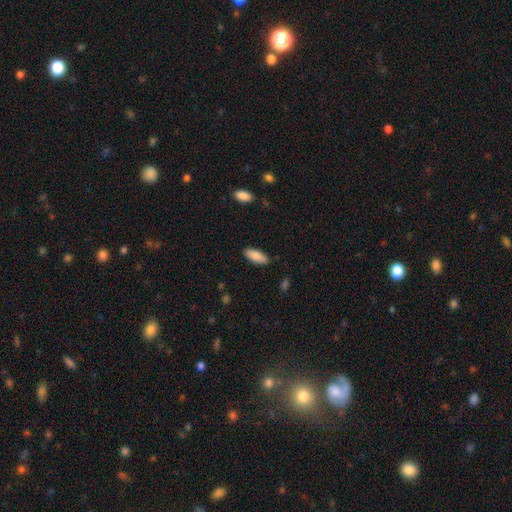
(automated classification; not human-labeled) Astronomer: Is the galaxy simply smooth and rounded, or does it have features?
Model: smooth — 89%.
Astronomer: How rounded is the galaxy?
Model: in between — 79%.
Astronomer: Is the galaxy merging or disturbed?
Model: none — 86%.